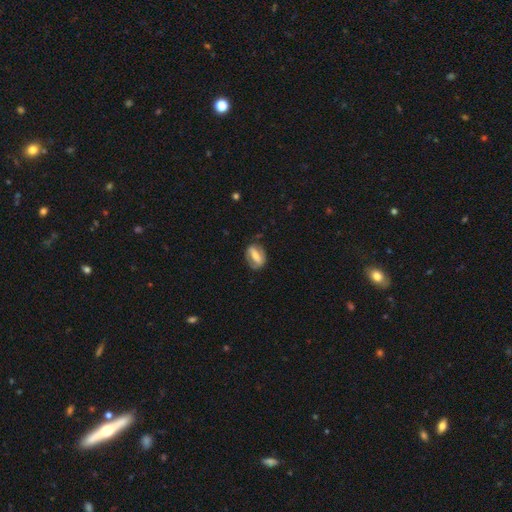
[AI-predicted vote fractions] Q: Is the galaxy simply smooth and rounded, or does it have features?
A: featured or disk — 53%.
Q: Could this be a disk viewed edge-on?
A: no — 86%.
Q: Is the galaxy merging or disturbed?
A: none — 72%.